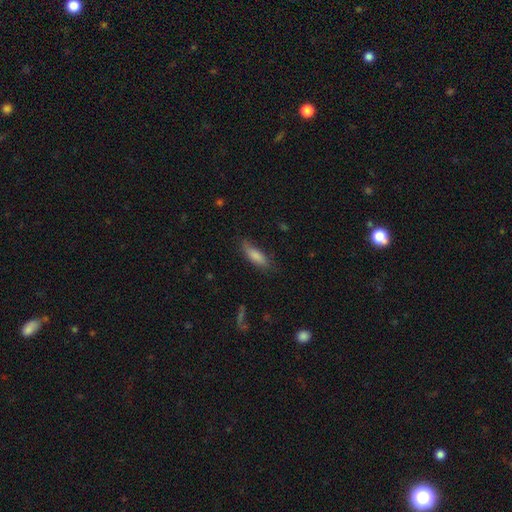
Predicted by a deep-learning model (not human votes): A smooth galaxy with no disk features (81%) that is in between round and cigar-shaped (53%).

Vote fractions:
- Smooth or featured? smooth: 81% / featured or disk: 12% / star or artifact: 7%
- How rounded? in between: 53% / cigar-shaped: 45% / round: 2%
- Merging? none: 70% / minor disturbance: 23% / major disturbance: 6% / merger: 2%